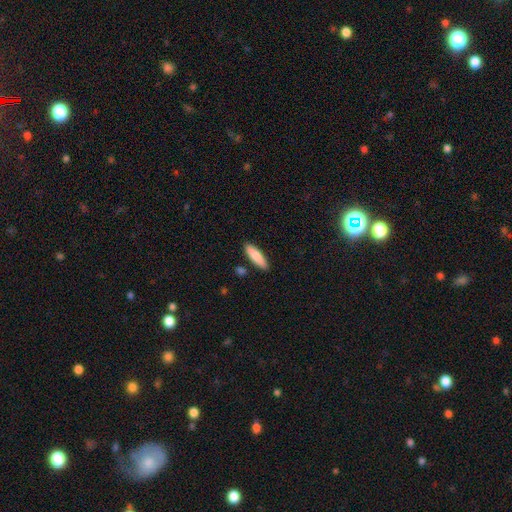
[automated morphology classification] This is clearly a smooth galaxy (84%). How rounded: likely cigar-shaped (66%). Merging: clearly none (86%).